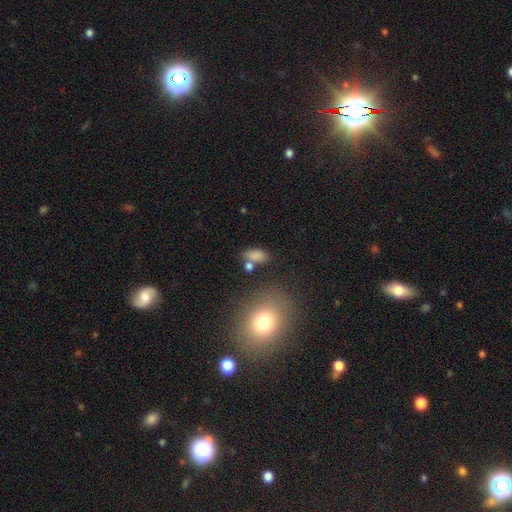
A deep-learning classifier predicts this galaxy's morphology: Q: Smooth or featured?
A: smooth (80%); runner-up: star or artifact (12%)
Q: How rounded?
A: in between (88%); runner-up: round (9%)
Q: Merging?
A: none (61%); runner-up: merger (17%)